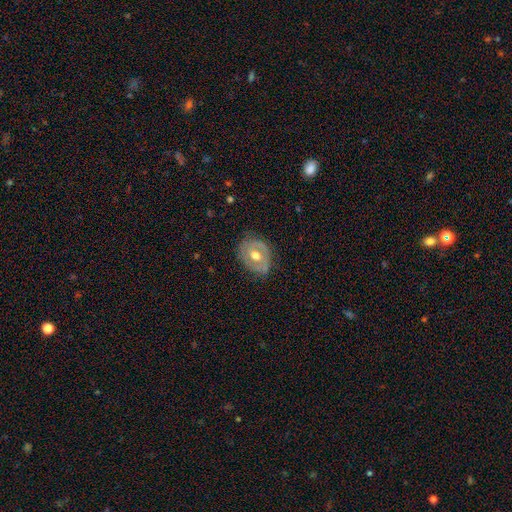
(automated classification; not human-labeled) Smooth or featured? featured or disk (59%)
Edge-on disk? no (95%)
Bar? no (64%)
Spiral arms? no (54%)
Bulge size? moderate (78%)
Merging? none (70%)